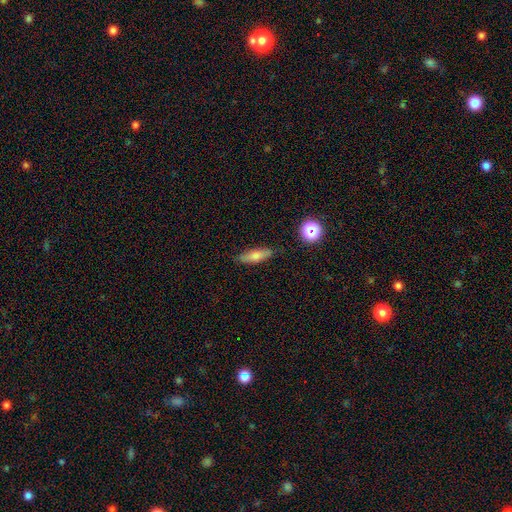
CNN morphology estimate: Smooth or featured?
  - smooth: 70% *
  - featured or disk: 21%
  - star or artifact: 9%
How rounded?
  - in between: 49% *
  - cigar-shaped: 48%
  - round: 4%
Merging?
  - none: 82% *
  - minor disturbance: 13%
  - major disturbance: 3%
  - merger: 2%